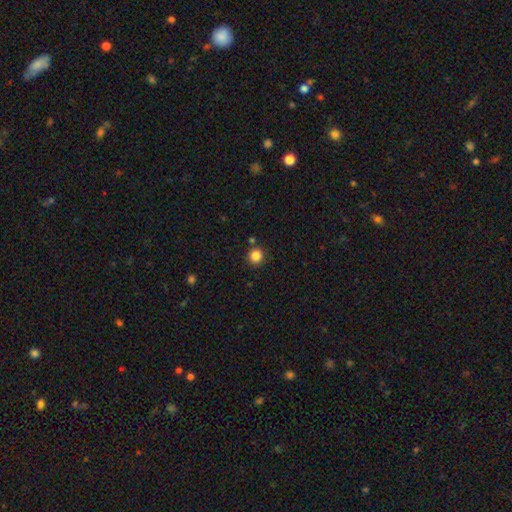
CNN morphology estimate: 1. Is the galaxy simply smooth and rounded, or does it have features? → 85% smooth, 11% star or artifact, 4% featured or disk.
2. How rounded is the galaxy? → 92% round, 7% in between, 1% cigar-shaped.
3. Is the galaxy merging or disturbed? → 86% none, 7% minor disturbance, 5% merger, 2% major disturbance.